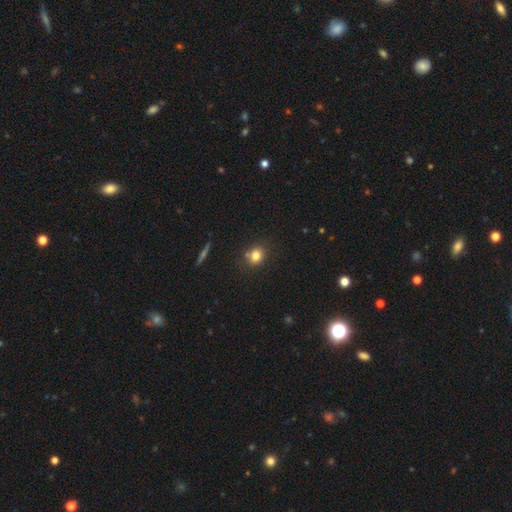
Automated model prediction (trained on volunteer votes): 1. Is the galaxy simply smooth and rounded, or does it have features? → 78% smooth, 13% star or artifact, 9% featured or disk.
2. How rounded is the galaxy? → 72% round, 26% in between, 1% cigar-shaped.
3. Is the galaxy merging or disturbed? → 73% none, 12% minor disturbance, 11% merger, 3% major disturbance.